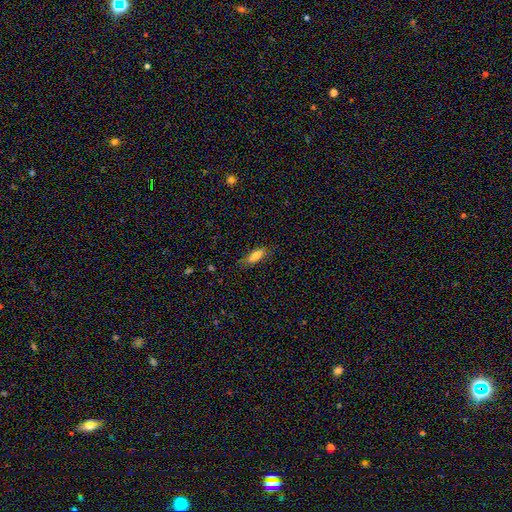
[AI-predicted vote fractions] Q: Smooth or featured?
A: smooth (77%); runner-up: featured or disk (15%)
Q: How rounded?
A: in between (66%); runner-up: cigar-shaped (32%)
Q: Merging?
A: none (80%); runner-up: minor disturbance (15%)